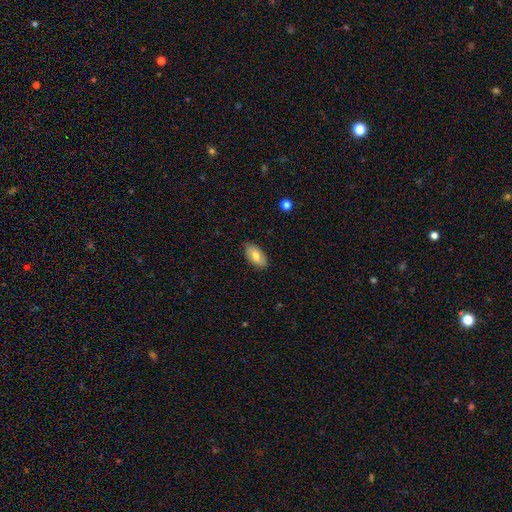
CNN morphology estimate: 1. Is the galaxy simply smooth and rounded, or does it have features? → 74% smooth, 20% featured or disk, 7% star or artifact.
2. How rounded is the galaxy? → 94% in between, 3% round, 3% cigar-shaped.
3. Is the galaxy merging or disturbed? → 86% none, 11% minor disturbance, 2% major disturbance, 1% merger.